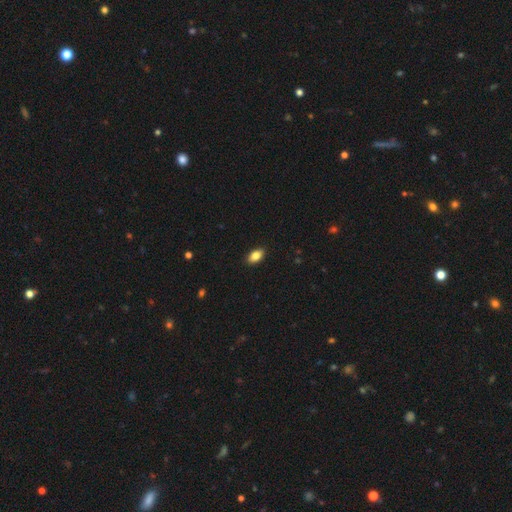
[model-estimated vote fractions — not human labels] Overall: smooth (83%). How rounded: in between (90%). Merging: none (89%).